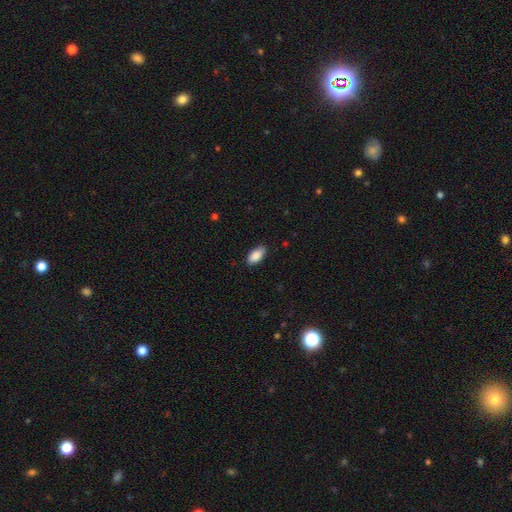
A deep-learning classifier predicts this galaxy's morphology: Overall: smooth (89%). How rounded: in between (92%). Merging: none (85%).